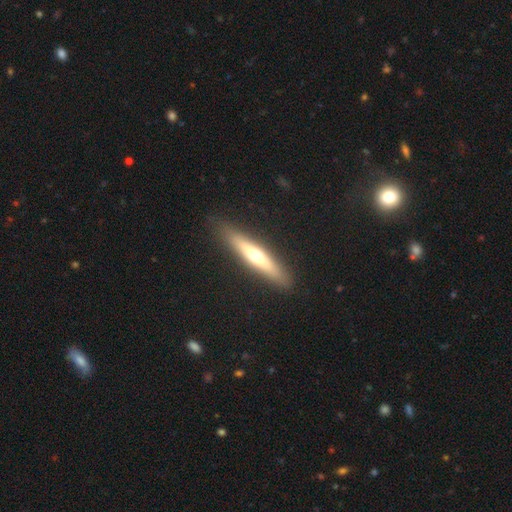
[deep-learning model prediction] Smooth or featured: featured or disk — 48% (smooth — 47%)
Merging: none — 89% (minor disturbance — 8%)